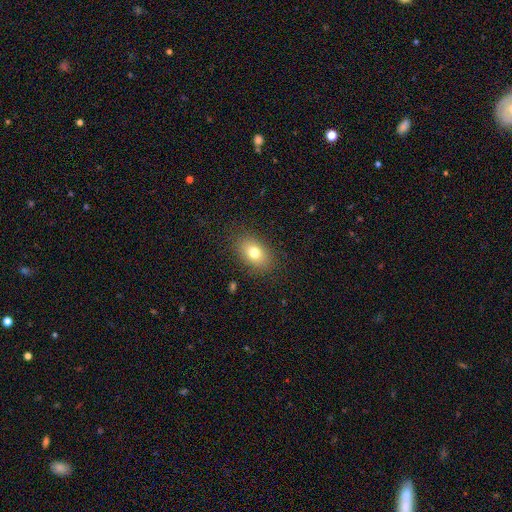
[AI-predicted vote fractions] Smooth or featured? Predicted: smooth (p=0.75). How rounded? Predicted: in between (p=0.77). Merging? Predicted: none (p=0.90).